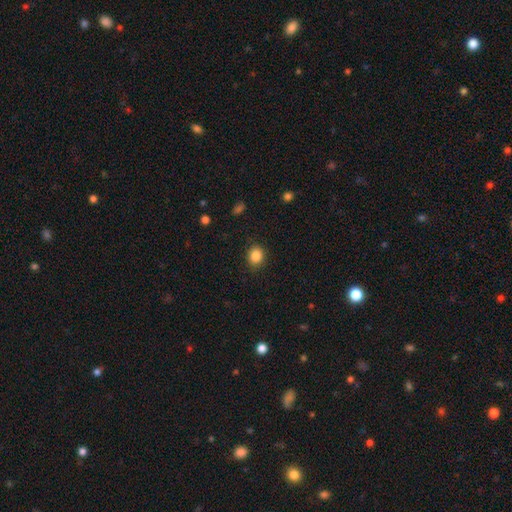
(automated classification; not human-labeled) Q: Smooth or featured?
A: smooth (86%); runner-up: star or artifact (10%)
Q: How rounded?
A: round (69%); runner-up: in between (31%)
Q: Merging?
A: none (88%); runner-up: minor disturbance (8%)